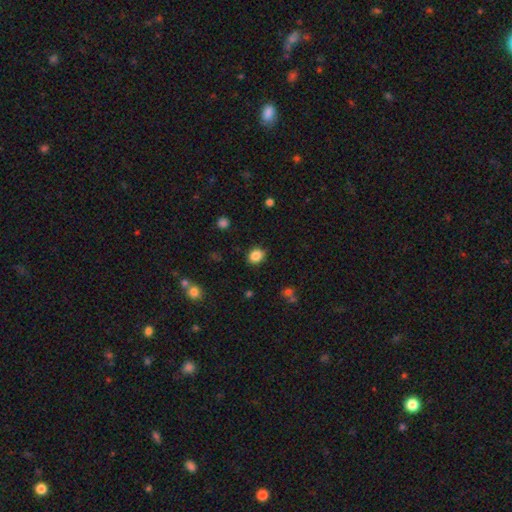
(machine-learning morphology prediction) Overall: smooth (86%). How rounded: round (56%; in between 43%). Merging: none (86%).